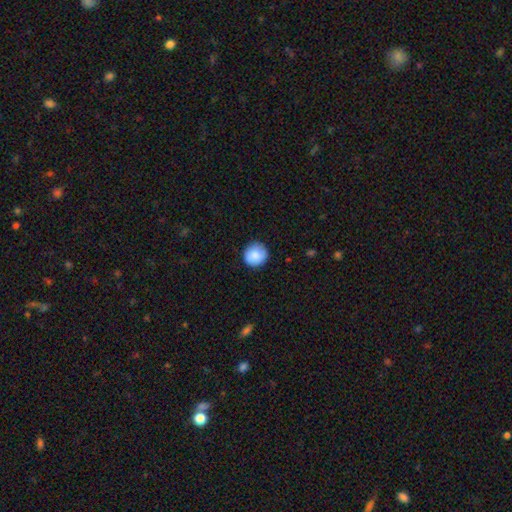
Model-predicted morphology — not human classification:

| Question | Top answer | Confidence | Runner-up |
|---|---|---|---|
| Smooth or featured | smooth | 86% | star or artifact (7%) |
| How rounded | round | 93% | in between (6%) |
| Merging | none | 87% | minor disturbance (10%) |